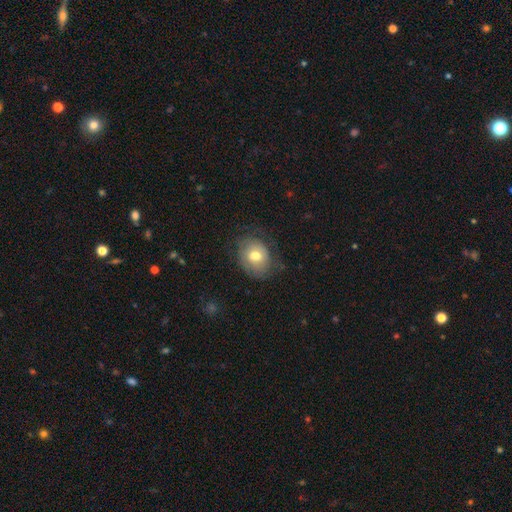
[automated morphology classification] smooth_or_featured: smooth (p=0.66) [alt: featured or disk p=0.25]
how_rounded: round (p=0.55) [alt: in between p=0.44]
merging: none (p=0.65) [alt: minor disturbance p=0.23]